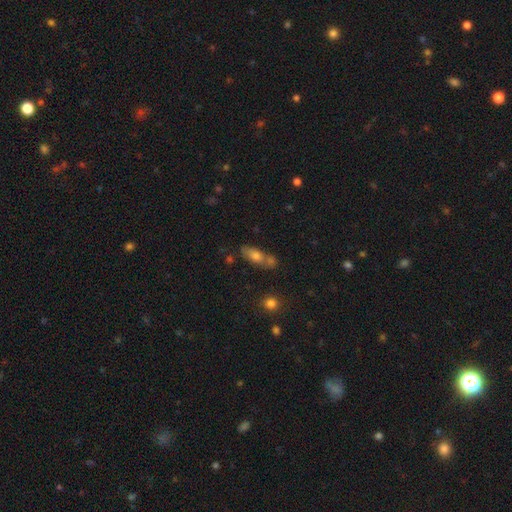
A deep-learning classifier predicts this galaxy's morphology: The model was most divided on "merging": none: 46%, merger: 33%, minor disturbance: 15%, major disturbance: 6%. More confident: how rounded — in between (71%); smooth or featured — smooth (68%).